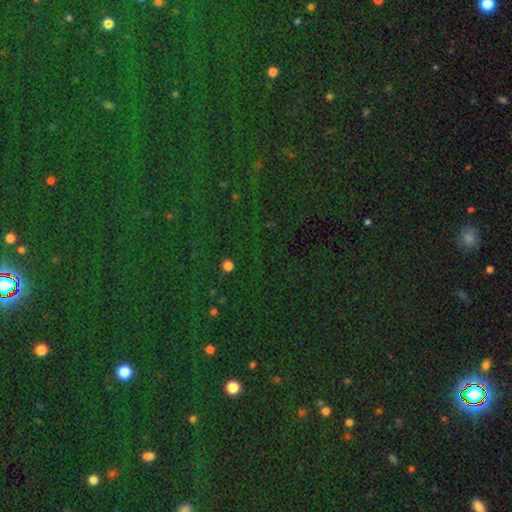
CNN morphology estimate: star or artifact 82%, smooth 11%, featured or disk 7%.